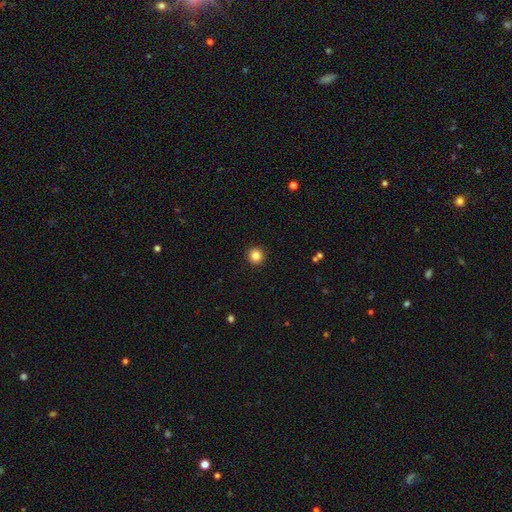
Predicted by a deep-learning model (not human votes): Q: Smooth or featured?
A: smooth (84%); runner-up: star or artifact (11%)
Q: How rounded?
A: round (96%); runner-up: in between (3%)
Q: Merging?
A: none (93%); runner-up: minor disturbance (4%)